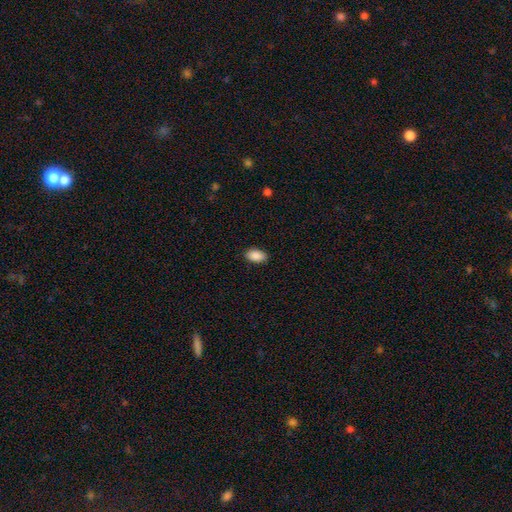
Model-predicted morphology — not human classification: Smooth or featured?
  - smooth: 90% *
  - star or artifact: 7%
  - featured or disk: 3%
How rounded?
  - in between: 92% *
  - round: 7%
  - cigar-shaped: 2%
Merging?
  - none: 87% *
  - minor disturbance: 10%
  - major disturbance: 2%
  - merger: 1%